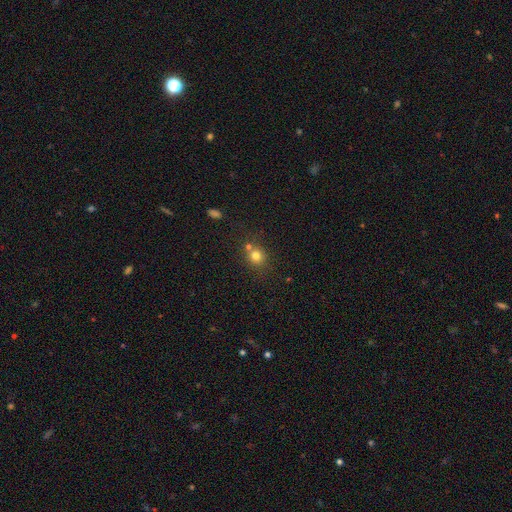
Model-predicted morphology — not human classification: smooth 77%, star or artifact 14%, featured or disk 9%. Down the decision tree: how rounded — round (83%); merging — none (61%).